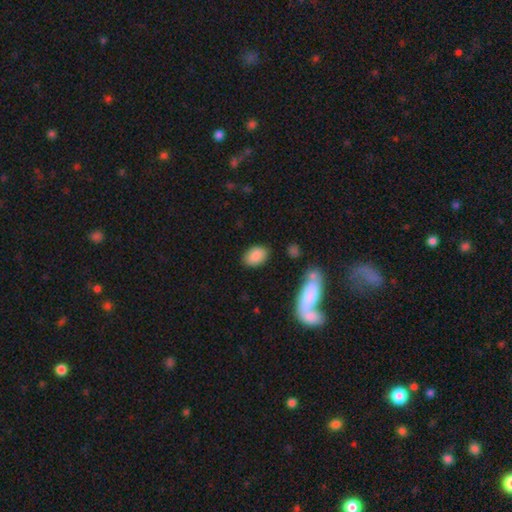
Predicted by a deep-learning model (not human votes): The model was most divided on "merging": none: 82%, minor disturbance: 12%, major disturbance: 3%, merger: 3%. More confident: how rounded — in between (88%); smooth or featured — smooth (87%).